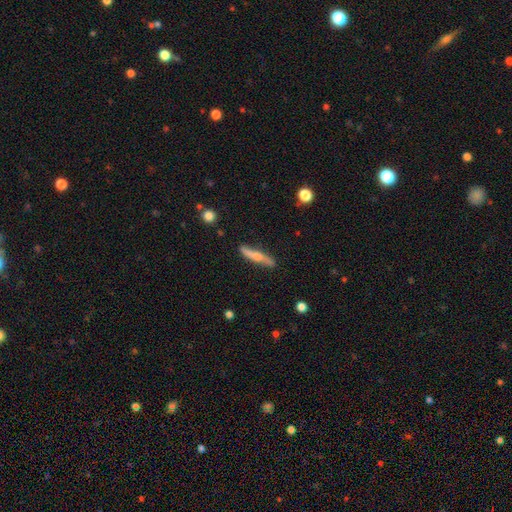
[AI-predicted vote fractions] Morphology: type=featured or disk (51%); edge-on=yes (80%); merging=none (80%).